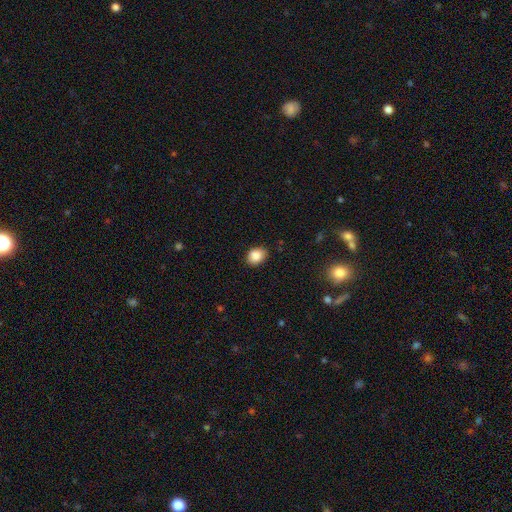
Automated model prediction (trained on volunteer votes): Q: Smooth or featured?
A: smooth (87%); runner-up: star or artifact (8%)
Q: How rounded?
A: in between (60%); runner-up: round (39%)
Q: Merging?
A: none (82%); runner-up: minor disturbance (15%)